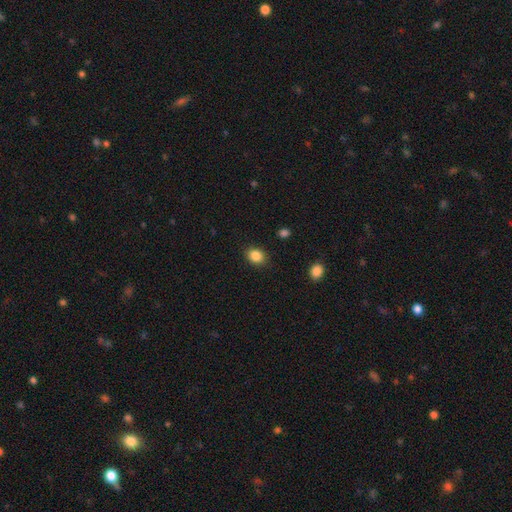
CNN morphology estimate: This is clearly a smooth galaxy (86%). How rounded: possibly round (53%). Merging: clearly none (87%).